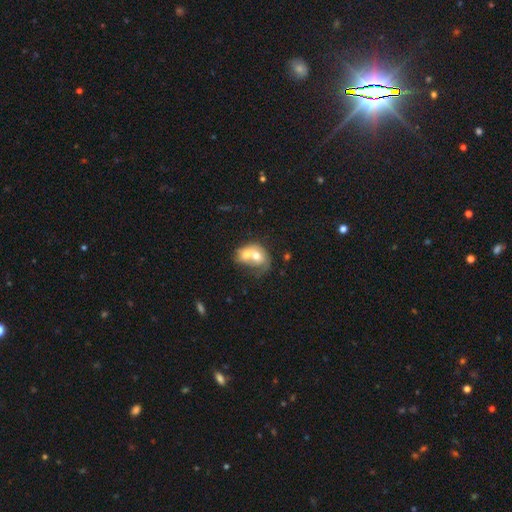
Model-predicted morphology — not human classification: The model was most divided on "how rounded": in between: 57%, round: 42%, cigar-shaped: 1%. More confident: merging — merger (80%); smooth or featured — smooth (57%).